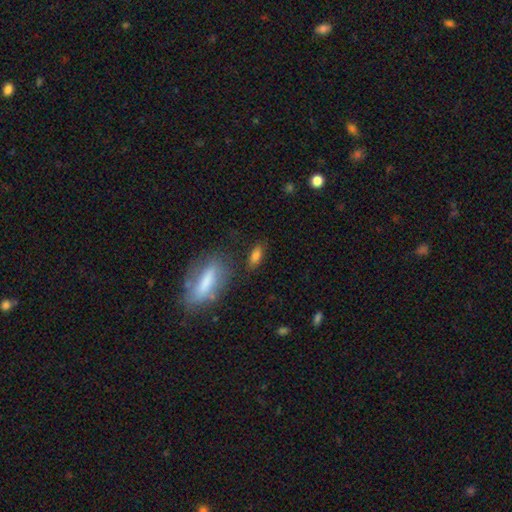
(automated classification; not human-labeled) A smooth galaxy with no disk features (80%) that is in between round and cigar-shaped (69%). Merging: none (72%).